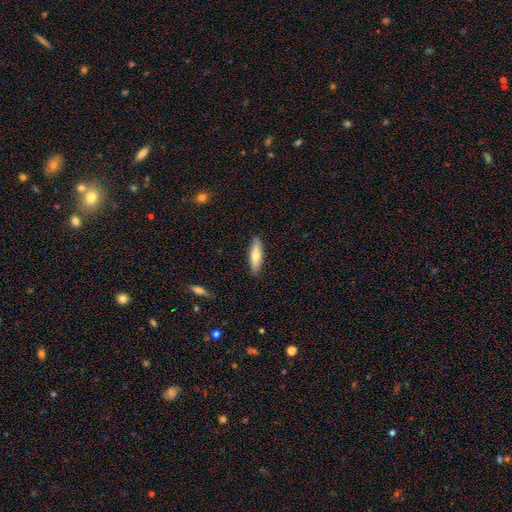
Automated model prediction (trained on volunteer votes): smooth 68%, featured or disk 26%, star or artifact 6%. Down the decision tree: how rounded — cigar-shaped (57%); merging — none (87%).